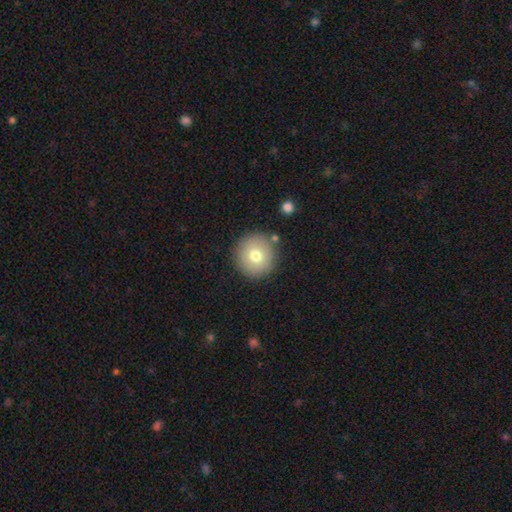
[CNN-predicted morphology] A smooth galaxy with no disk features (74%) that is round (95%). Merging: none (86%).